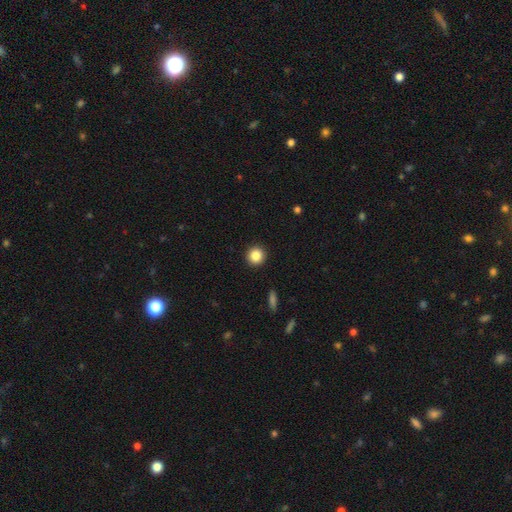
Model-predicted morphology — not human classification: Smooth or featured?
  - smooth: 86% *
  - star or artifact: 10%
  - featured or disk: 5%
How rounded?
  - round: 95% *
  - in between: 4%
  - cigar-shaped: 1%
Merging?
  - none: 93% *
  - minor disturbance: 4%
  - major disturbance: 2%
  - merger: 1%